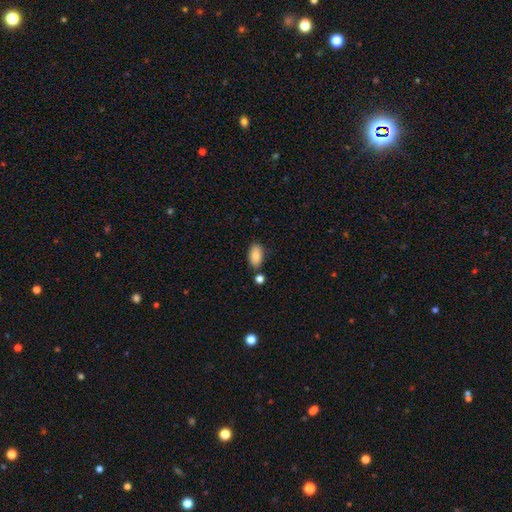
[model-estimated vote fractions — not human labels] The model was most divided on "merging": none: 75%, minor disturbance: 13%, merger: 8%, major disturbance: 3%. More confident: how rounded — in between (93%); smooth or featured — smooth (87%).